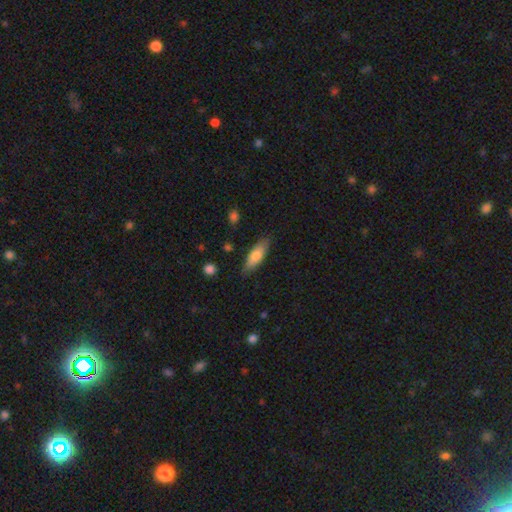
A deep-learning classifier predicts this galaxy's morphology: Smooth or featured? smooth (79%)
How rounded? in between (55%)
Merging? none (83%)